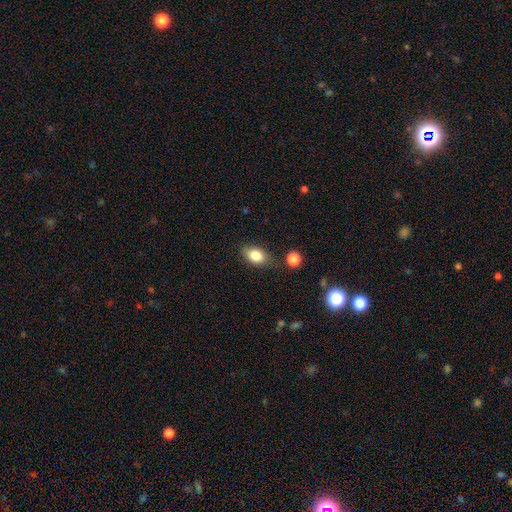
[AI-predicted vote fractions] Overall: smooth (82%). How rounded: in between (84%). Merging: none (77%).